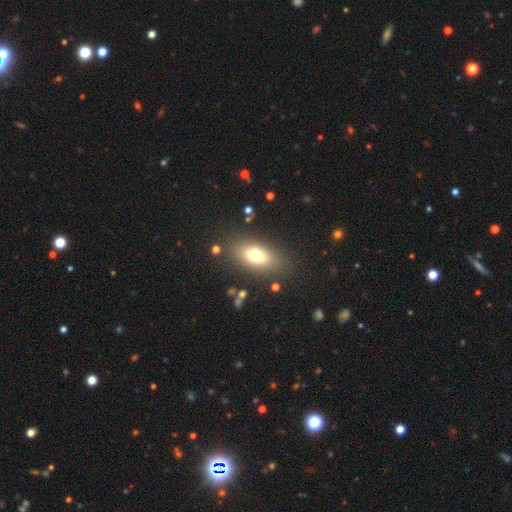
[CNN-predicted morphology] Smooth or featured?
  - smooth: 71% *
  - featured or disk: 18%
  - star or artifact: 11%
How rounded?
  - in between: 83% *
  - cigar-shaped: 9%
  - round: 8%
Merging?
  - none: 81% *
  - minor disturbance: 11%
  - major disturbance: 5%
  - merger: 3%